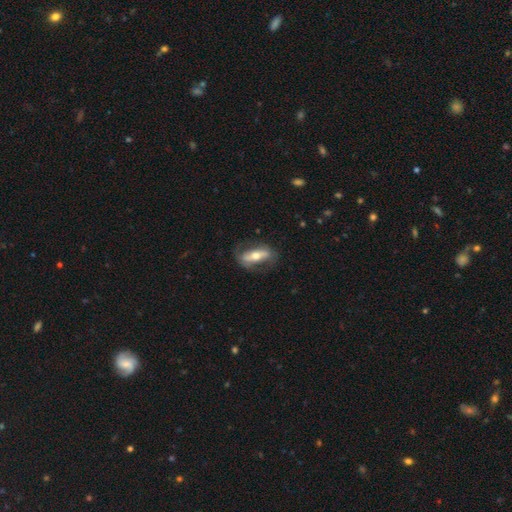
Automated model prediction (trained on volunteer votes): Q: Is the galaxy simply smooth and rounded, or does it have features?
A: featured or disk — 62%.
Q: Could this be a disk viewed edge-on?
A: no — 68%.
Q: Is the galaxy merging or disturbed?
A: none — 69%.